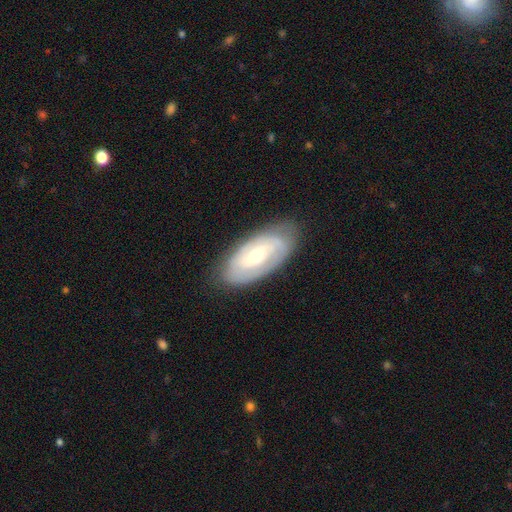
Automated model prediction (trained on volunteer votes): Overall: featured or disk (72%). Edge-on disk: no (93%). Bar: no (46%; weak 40%). Spiral arms: yes (84%). Spiral arm count: 2 (55%; can't tell 30%). Spiral winding: tight (57%; medium 33%). Bulge size: moderate (52%; small 41%). Merging: none (79%).